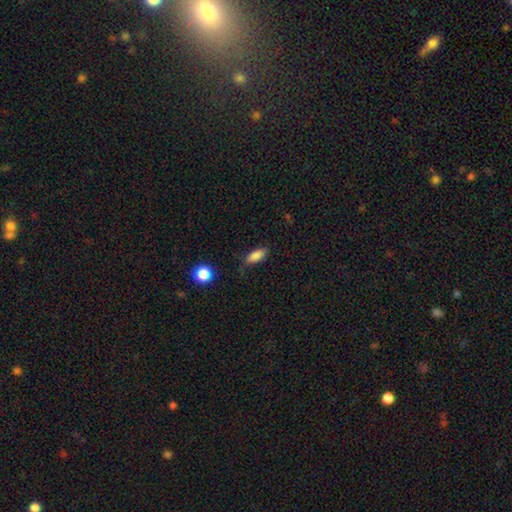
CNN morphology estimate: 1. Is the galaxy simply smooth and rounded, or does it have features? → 85% smooth, 9% star or artifact, 7% featured or disk.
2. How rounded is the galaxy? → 82% in between, 14% cigar-shaped, 4% round.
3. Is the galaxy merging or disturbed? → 65% none, 25% minor disturbance, 8% major disturbance, 3% merger.